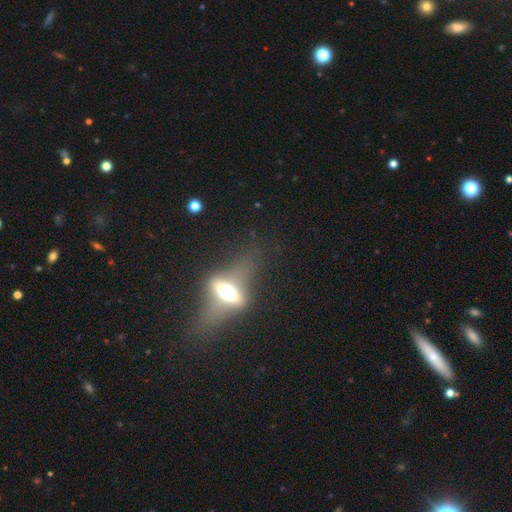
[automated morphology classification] A featured or disk galaxy (65%) viewed edge-on (71%).

Vote fractions:
- Smooth or featured? featured or disk: 65% / smooth: 20% / star or artifact: 16%
- Edge-on disk? yes: 71% / no: 29%
- Merging? none: 60% / major disturbance: 20% / minor disturbance: 16% / merger: 5%